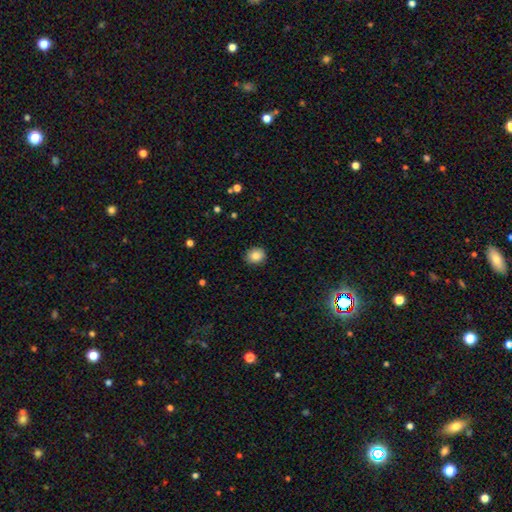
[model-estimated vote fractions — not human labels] A smooth galaxy with no disk features (83%) that is round (73%).

Vote fractions:
- Smooth or featured? smooth: 83% / star or artifact: 9% / featured or disk: 8%
- How rounded? round: 73% / in between: 26% / cigar-shaped: 1%
- Merging? none: 88% / minor disturbance: 9% / major disturbance: 2% / merger: 1%